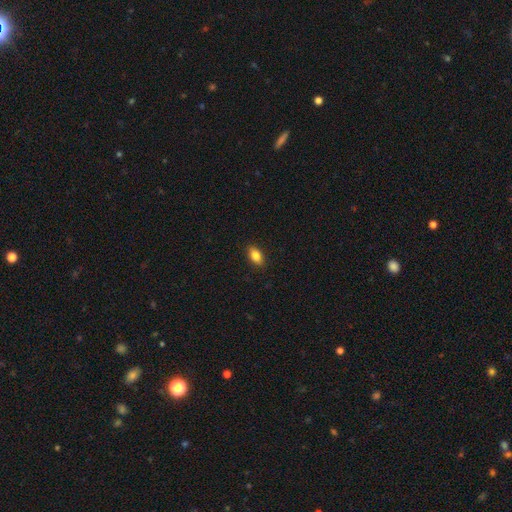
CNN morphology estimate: The model was most divided on "smooth or featured": smooth: 83%, featured or disk: 9%, star or artifact: 8%. More confident: merging — none (89%); how rounded — in between (87%).